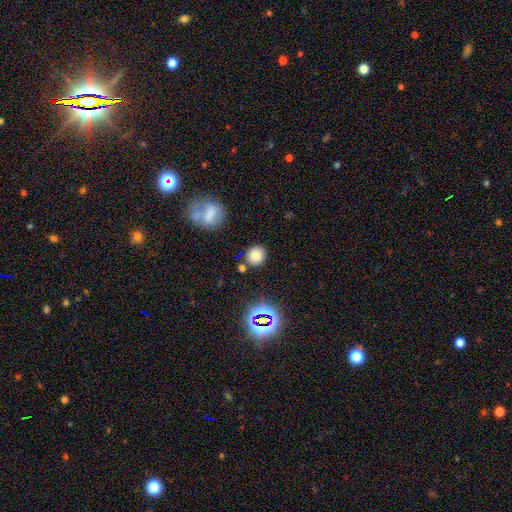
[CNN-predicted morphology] Overall: smooth (76%). How rounded: round (81%). Merging: none (82%).